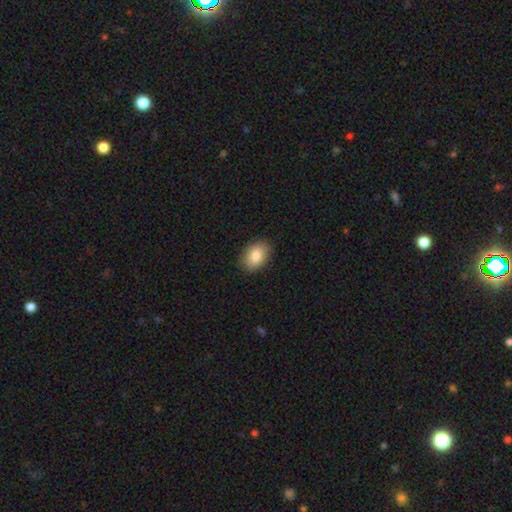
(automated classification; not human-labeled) The model was most divided on "how rounded": in between: 83%, round: 16%, cigar-shaped: 1%. More confident: merging — none (87%); smooth or featured — smooth (85%).